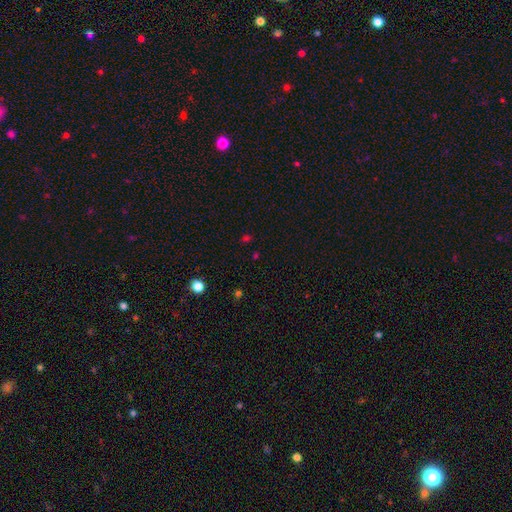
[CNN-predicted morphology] type=star or artifact (52%).